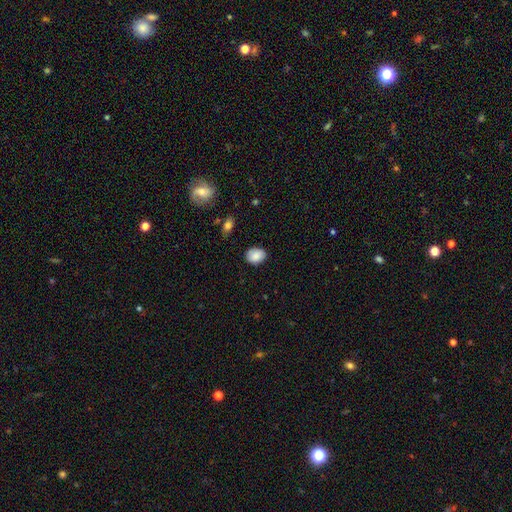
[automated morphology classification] smooth_or_featured: smooth (p=0.86) [alt: star or artifact p=0.08]
how_rounded: in between (p=0.62) [alt: round p=0.37]
merging: none (p=0.83) [alt: minor disturbance p=0.13]